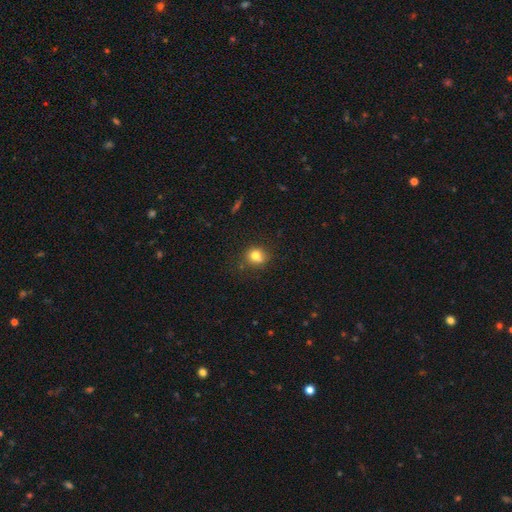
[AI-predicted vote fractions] Smooth or featured?
  - smooth: 78% *
  - star or artifact: 12%
  - featured or disk: 10%
How rounded?
  - round: 72% *
  - in between: 27%
  - cigar-shaped: 1%
Merging?
  - none: 69% *
  - minor disturbance: 18%
  - merger: 8%
  - major disturbance: 5%